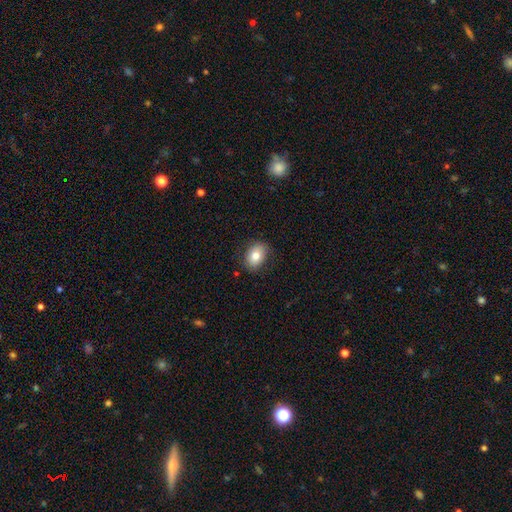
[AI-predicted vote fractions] This appears to be a smooth galaxy with no disk features (79%) that is in between round and cigar-shaped (78%). Merging: none (83%).